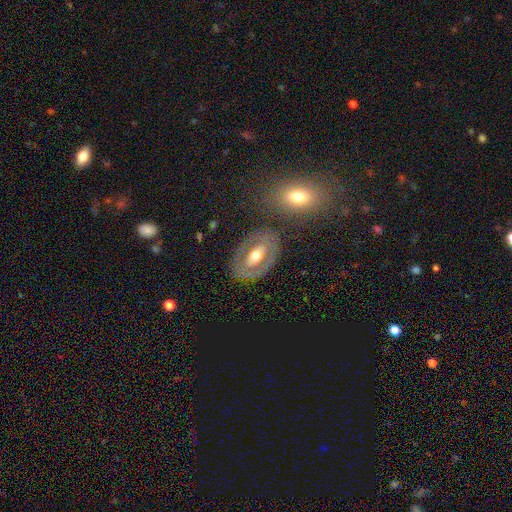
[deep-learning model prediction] This is likely a featured or disk galaxy (63%). It is clearly not viewed edge-on (90%). Bar: possibly no (53%). Spiral arm pattern: likely no (75%). Central bulge: likely moderate (69%). Merging: likely none (73%).